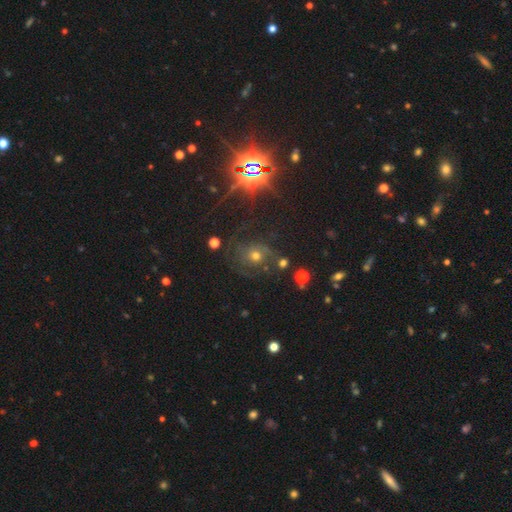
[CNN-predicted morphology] Smooth or featured: featured or disk — 41% (star or artifact — 34%)
Merging: none — 66% (minor disturbance — 16%)